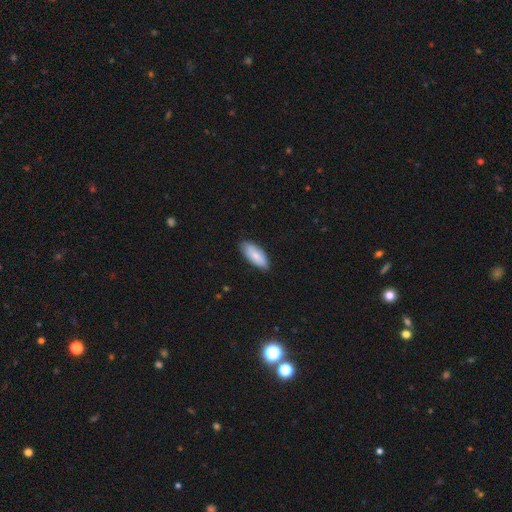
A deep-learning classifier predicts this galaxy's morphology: smooth-or-featured: smooth: 80% | featured or disk: 14% | star or artifact: 6%
  how-rounded: in between: 82% | cigar-shaped: 16% | round: 2%
  merging: none: 83% | minor disturbance: 14% | major disturbance: 2% | merger: 1%